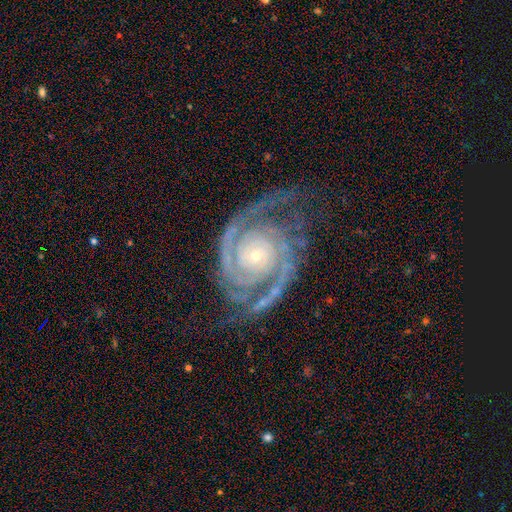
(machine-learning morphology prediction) Smooth or featured: featured or disk — 93% (star or artifact — 5%)
Edge-on disk: no — 98% (yes — 2%)
Bar: no — 75% (weak — 15%)
Spiral arms: yes — 99% (no — 1%)
Spiral winding: tight — 66% (medium — 30%)
Spiral arm count: 2 — 76% (3 — 10%)
Bulge size: small — 78% (moderate — 18%)
Merging: none — 69% (minor disturbance — 18%)